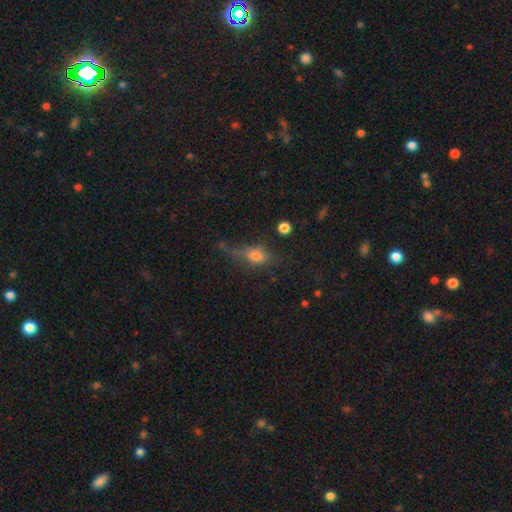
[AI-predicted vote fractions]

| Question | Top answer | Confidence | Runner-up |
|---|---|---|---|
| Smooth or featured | smooth | 59% | featured or disk (26%) |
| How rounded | in between | 68% | cigar-shaped (17%) |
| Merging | none | 43% | minor disturbance (27%) |